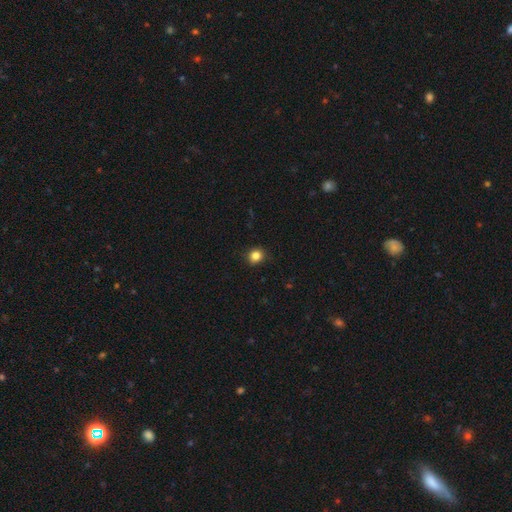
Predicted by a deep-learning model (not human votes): Q: Smooth or featured?
A: smooth (83%); runner-up: star or artifact (12%)
Q: How rounded?
A: round (83%); runner-up: in between (16%)
Q: Merging?
A: none (89%); runner-up: minor disturbance (8%)